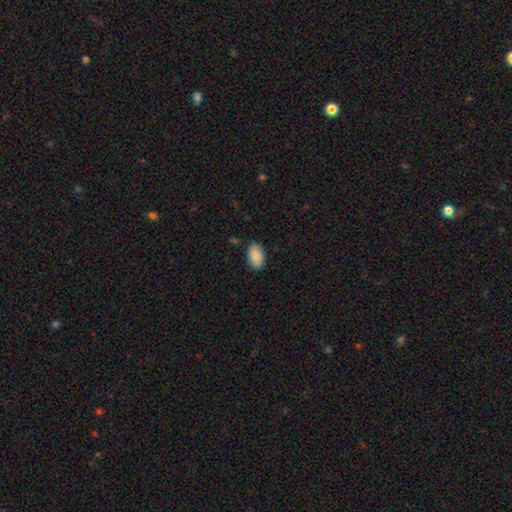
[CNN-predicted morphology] type=smooth (88%); roundness=in between (92%); merging=none (86%).